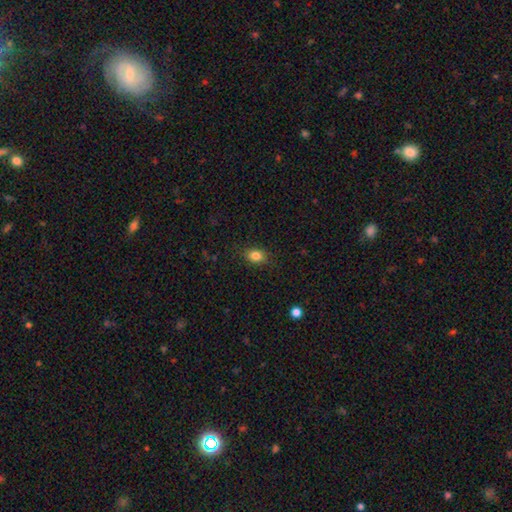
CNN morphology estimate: type=smooth (84%); roundness=in between (63%); merging=none (85%).